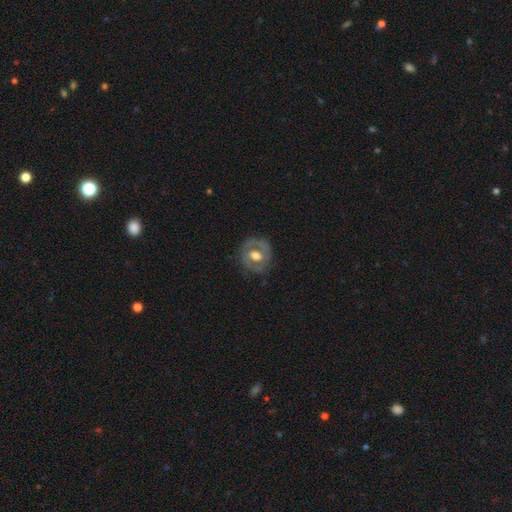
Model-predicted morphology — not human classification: A featured or disk galaxy (61%) with no bar (50%), no spiral arms (56%) and a moderate central bulge (65%). Merging: none (76%).